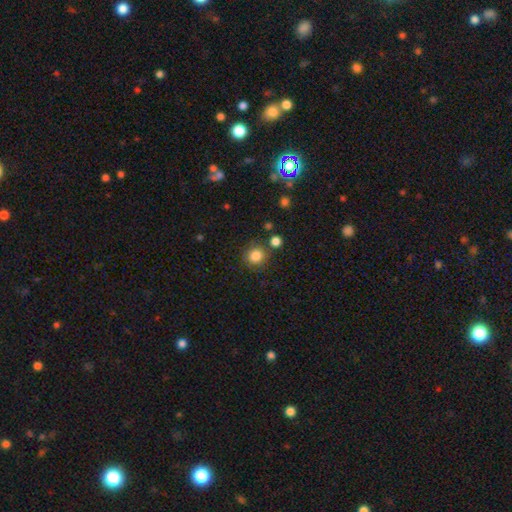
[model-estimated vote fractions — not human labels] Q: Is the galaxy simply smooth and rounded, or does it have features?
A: smooth — 83%.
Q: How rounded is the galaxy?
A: round — 90%.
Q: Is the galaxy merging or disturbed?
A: none — 79%.